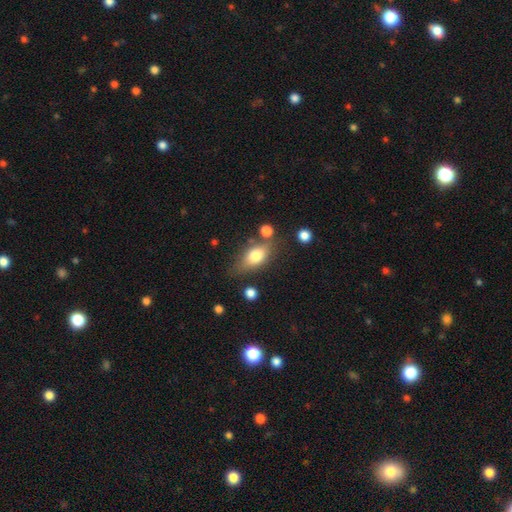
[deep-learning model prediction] Smooth or featured? Predicted: smooth (p=0.73). How rounded? Predicted: in between (p=0.82). Merging? Predicted: none (p=0.65).